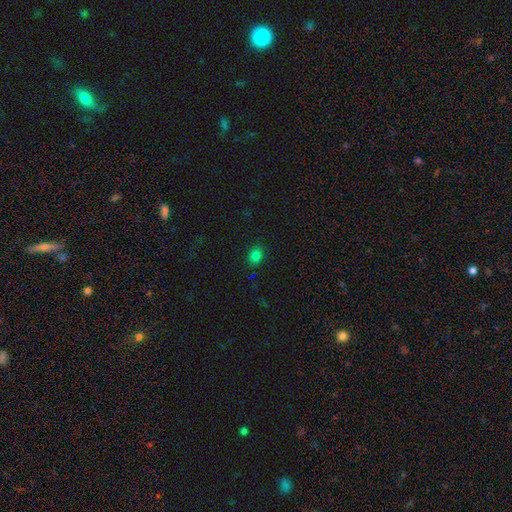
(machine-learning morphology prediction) A smooth galaxy with no disk features (79%) that is in between round and cigar-shaped (55%).

Vote fractions:
- Smooth or featured? smooth: 79% / star or artifact: 17% / featured or disk: 4%
- How rounded? in between: 55% / round: 44% / cigar-shaped: 1%
- Merging? none: 86% / minor disturbance: 10% / major disturbance: 3% / merger: 1%